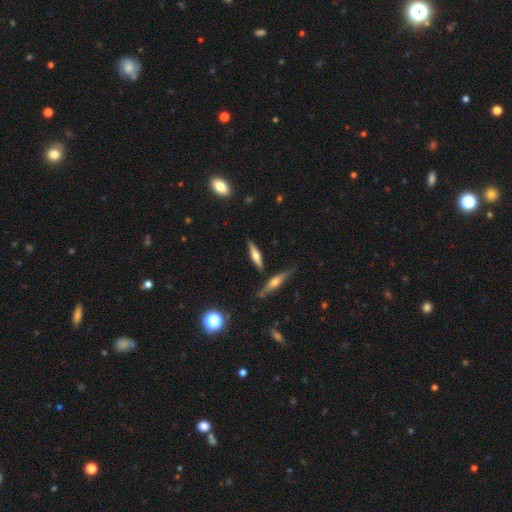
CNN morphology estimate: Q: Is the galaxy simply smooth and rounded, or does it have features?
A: featured or disk — 57%.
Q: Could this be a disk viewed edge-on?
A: yes — 94%.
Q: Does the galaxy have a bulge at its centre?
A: rounded — 87%.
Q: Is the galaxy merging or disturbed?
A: none — 80%.